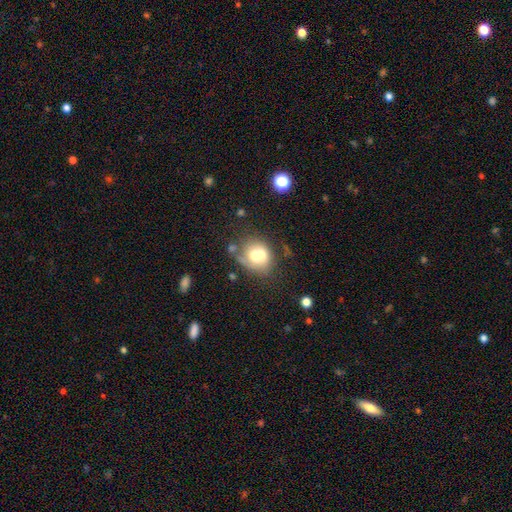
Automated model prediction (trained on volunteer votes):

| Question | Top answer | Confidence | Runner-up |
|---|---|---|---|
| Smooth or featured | smooth | 61% | featured or disk (28%) |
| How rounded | round | 67% | in between (32%) |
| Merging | none | 40% | merger (35%) |